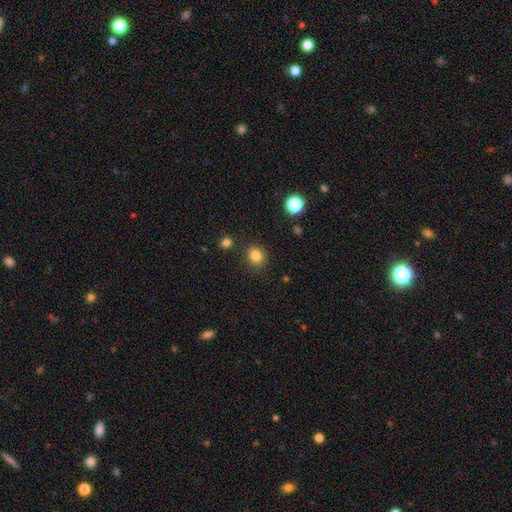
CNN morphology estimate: type=smooth (83%); roundness=round (64%); merging=none (85%).